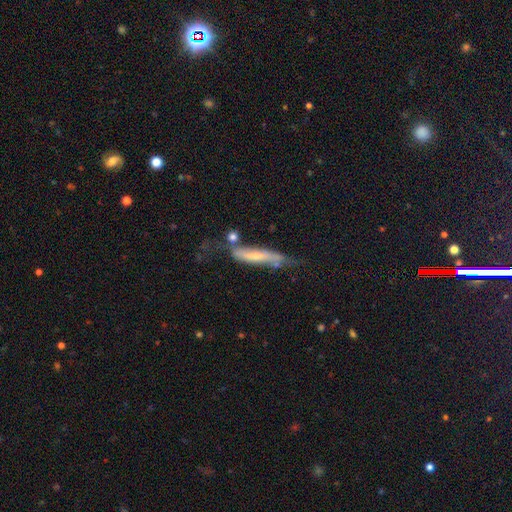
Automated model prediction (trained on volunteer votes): smooth_or_featured: featured or disk (p=0.52) [alt: smooth p=0.41]
disk_edge_on: yes (p=0.65) [alt: no p=0.35]
merging: none (p=0.39) [alt: minor disturbance p=0.28]